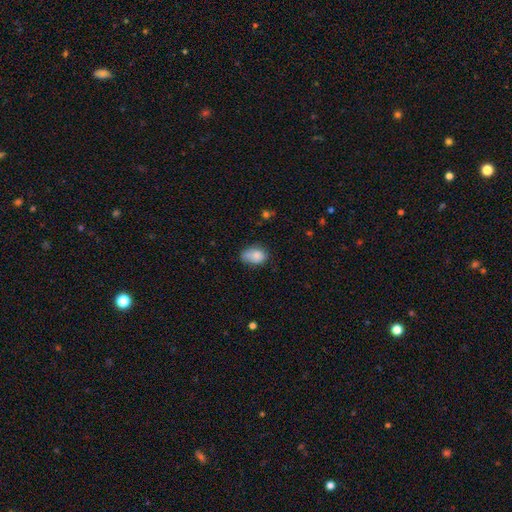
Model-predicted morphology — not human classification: Smooth or featured: smooth — 79% (featured or disk — 13%)
How rounded: in between — 80% (round — 19%)
Merging: none — 49% (minor disturbance — 34%)